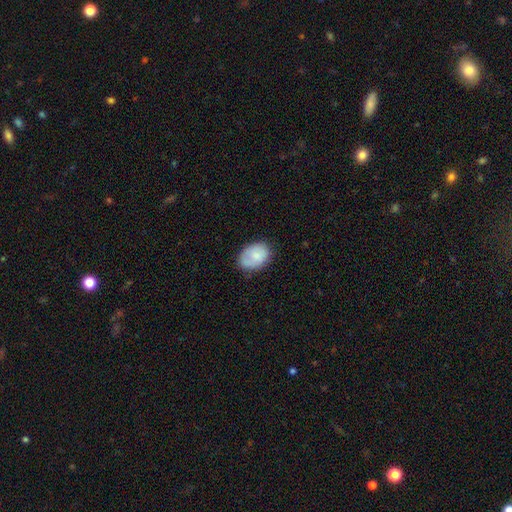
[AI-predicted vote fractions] Q: Smooth or featured?
A: smooth (76%); runner-up: featured or disk (17%)
Q: How rounded?
A: in between (74%); runner-up: round (25%)
Q: Merging?
A: none (67%); runner-up: minor disturbance (25%)